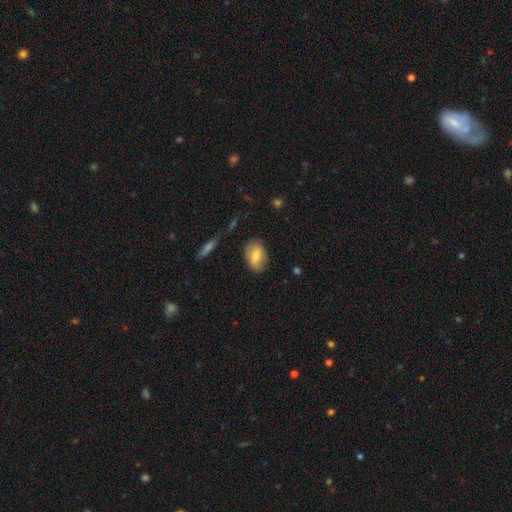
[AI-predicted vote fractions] Smooth or featured?
  - smooth: 67% *
  - featured or disk: 26%
  - star or artifact: 7%
How rounded?
  - in between: 85% *
  - round: 13%
  - cigar-shaped: 2%
Merging?
  - none: 80% *
  - minor disturbance: 15%
  - major disturbance: 4%
  - merger: 2%